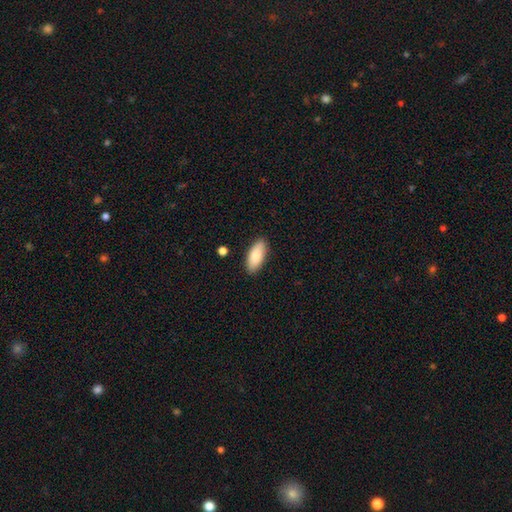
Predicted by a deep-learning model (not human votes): A smooth galaxy with no disk features (87%) that is in between round and cigar-shaped (85%).

Vote fractions:
- Smooth or featured? smooth: 87% / featured or disk: 7% / star or artifact: 6%
- How rounded? in between: 85% / cigar-shaped: 13% / round: 2%
- Merging? none: 88% / minor disturbance: 9% / major disturbance: 2% / merger: 1%